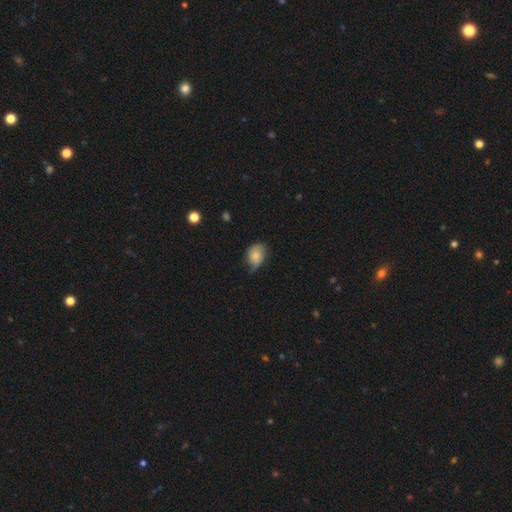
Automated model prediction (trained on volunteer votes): Q: Smooth or featured?
A: smooth (69%); runner-up: featured or disk (23%)
Q: How rounded?
A: in between (71%); runner-up: round (28%)
Q: Merging?
A: minor disturbance (42%); tied with: none (42%)